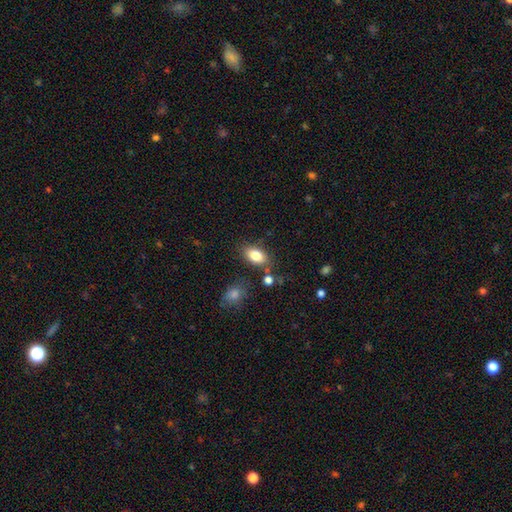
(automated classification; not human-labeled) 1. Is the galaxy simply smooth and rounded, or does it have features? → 83% smooth, 9% featured or disk, 8% star or artifact.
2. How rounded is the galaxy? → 89% in between, 8% round, 2% cigar-shaped.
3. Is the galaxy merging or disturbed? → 76% none, 14% minor disturbance, 7% merger, 4% major disturbance.